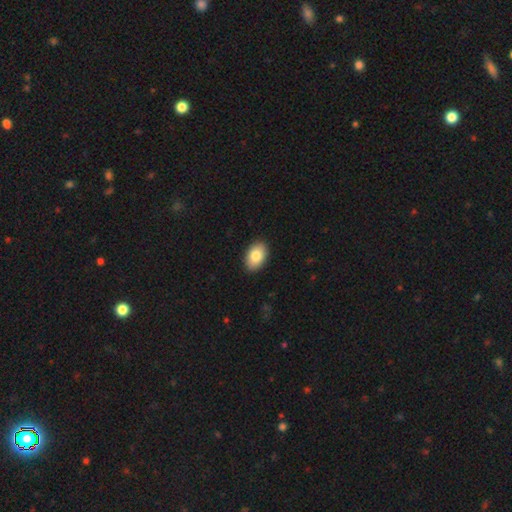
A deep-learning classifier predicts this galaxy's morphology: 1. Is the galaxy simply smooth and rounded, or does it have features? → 84% smooth, 10% featured or disk, 7% star or artifact.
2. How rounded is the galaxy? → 90% in between, 9% round, 1% cigar-shaped.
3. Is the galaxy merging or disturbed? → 90% none, 7% minor disturbance, 2% major disturbance, 1% merger.